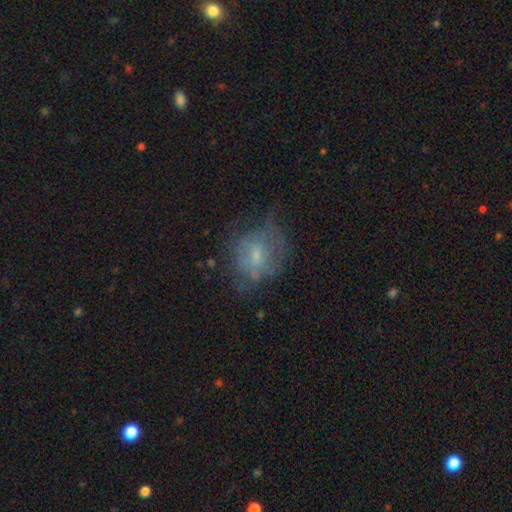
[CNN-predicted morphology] A featured or disk galaxy (44%, tied with smooth).

Vote fractions:
- Smooth or featured? featured or disk: 44% (tied) / smooth: 44% (tied) / star or artifact: 12%
- Merging? none: 48% / minor disturbance: 27% / major disturbance: 23% / merger: 2%